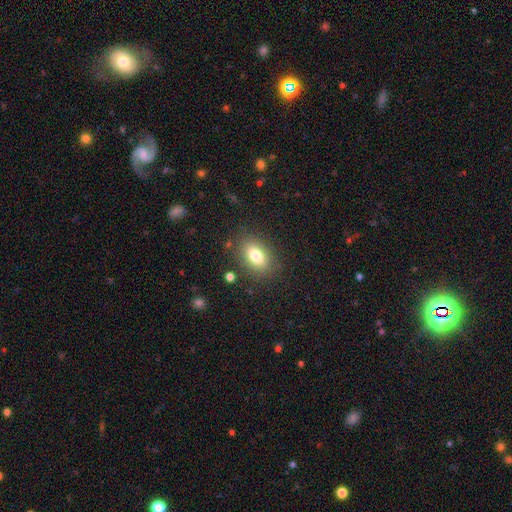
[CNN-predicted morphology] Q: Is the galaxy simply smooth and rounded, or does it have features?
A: smooth — 78%.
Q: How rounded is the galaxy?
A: in between — 82%.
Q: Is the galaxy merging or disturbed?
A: none — 84%.